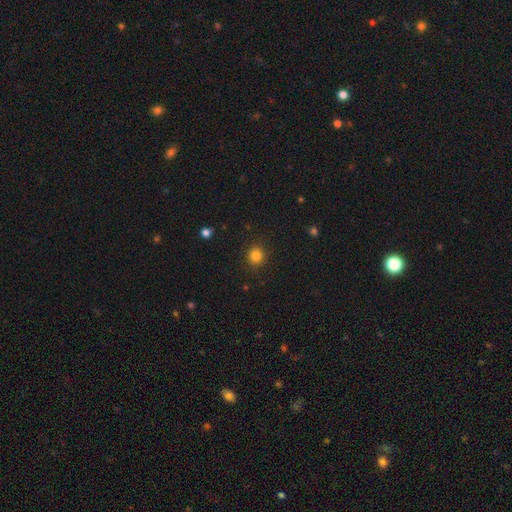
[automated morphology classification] This is clearly a smooth galaxy (83%). How rounded: clearly round (88%). Merging: clearly none (90%).